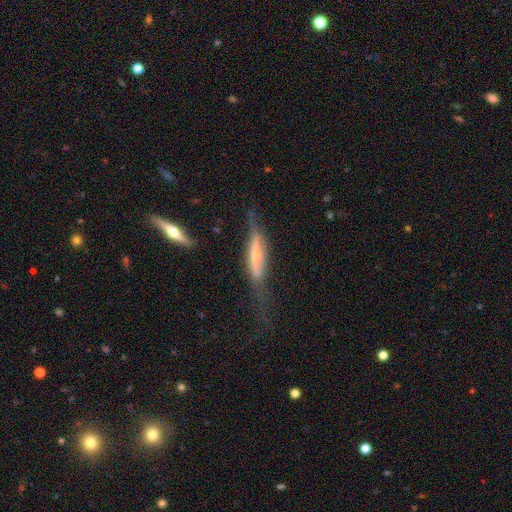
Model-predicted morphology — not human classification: type=featured or disk (57%); edge-on=yes (81%); merging=none (40%).